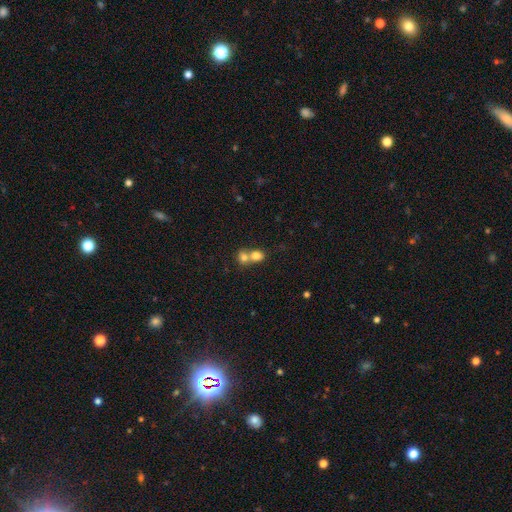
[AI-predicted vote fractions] A smooth galaxy with no disk features (76%) that is round (65%).

Vote fractions:
- Smooth or featured? smooth: 76% / featured or disk: 14% / star or artifact: 10%
- How rounded? round: 65% / in between: 34% / cigar-shaped: 1%
- Merging? merger: 70% / none: 24% / minor disturbance: 5% / major disturbance: 2%